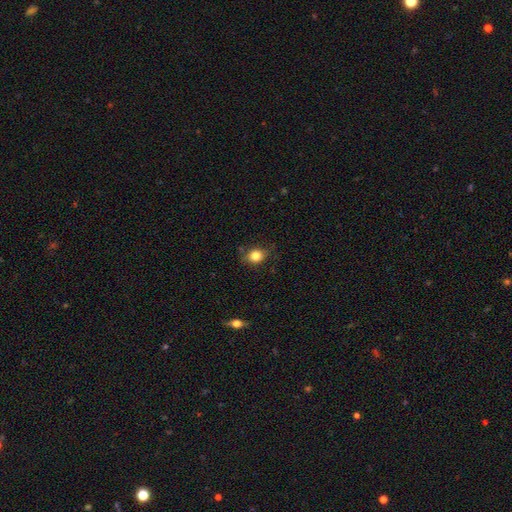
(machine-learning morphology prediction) Smooth or featured? Predicted: smooth (p=0.82). How rounded? Predicted: round (p=0.63). Merging? Predicted: none (p=0.76).